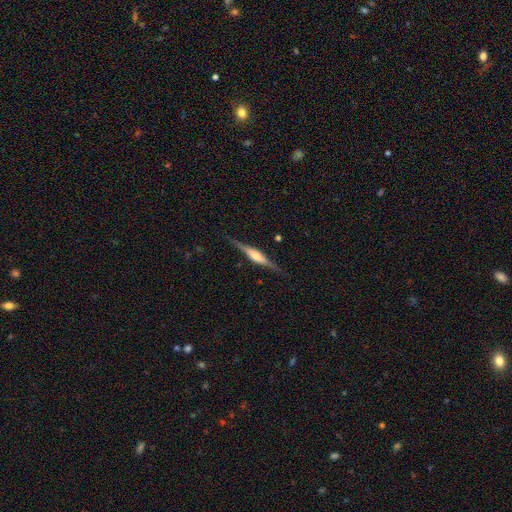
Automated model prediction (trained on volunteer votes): Morphology: type=featured or disk (75%); edge-on=yes (97%); edge-on bulge=rounded (69%); merging=none (87%).